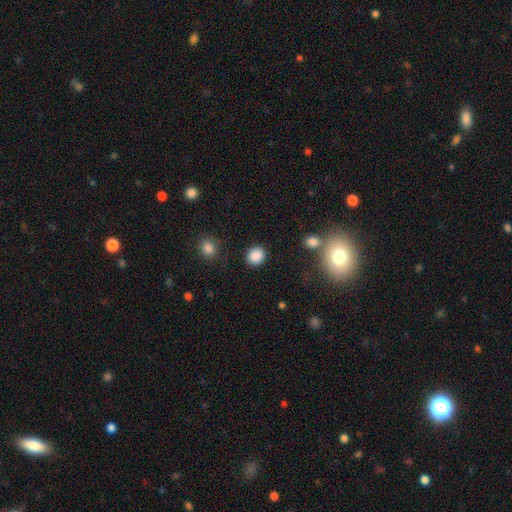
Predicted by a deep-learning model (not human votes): This is clearly a smooth galaxy (87%). How rounded: clearly round (82%). Merging: clearly none (88%).